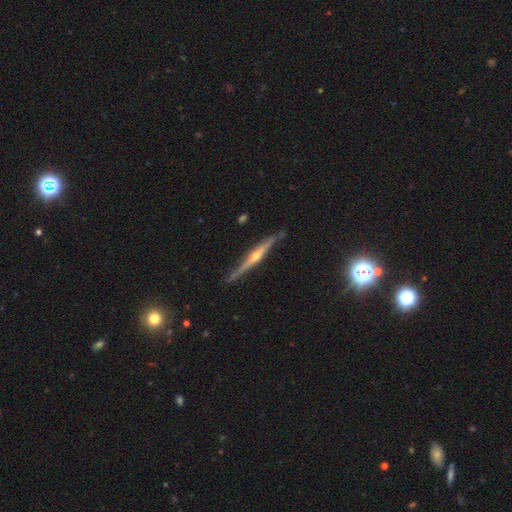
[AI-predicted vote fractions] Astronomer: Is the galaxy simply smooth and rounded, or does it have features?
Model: featured or disk — 82%.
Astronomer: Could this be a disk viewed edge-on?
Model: yes — 98%.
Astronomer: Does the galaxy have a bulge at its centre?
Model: rounded — 90%.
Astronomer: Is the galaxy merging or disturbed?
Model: none — 85%.